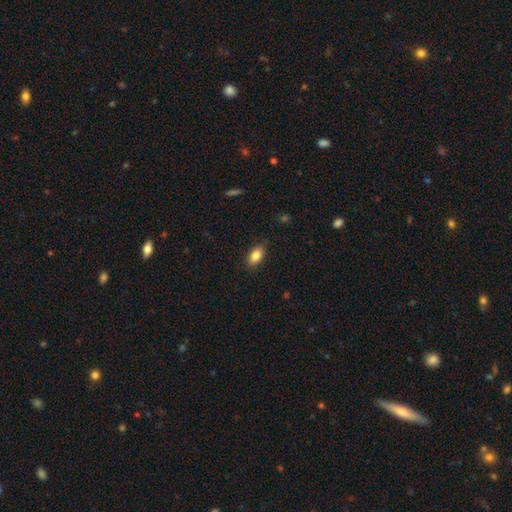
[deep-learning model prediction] Smooth or featured?
  - smooth: 86% *
  - star or artifact: 8%
  - featured or disk: 6%
How rounded?
  - in between: 90% *
  - round: 7%
  - cigar-shaped: 3%
Merging?
  - none: 86% *
  - minor disturbance: 11%
  - major disturbance: 2%
  - merger: 1%